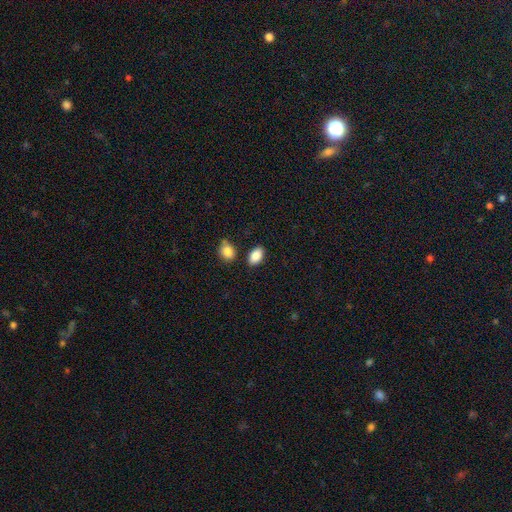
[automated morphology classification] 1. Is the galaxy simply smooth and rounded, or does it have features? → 87% smooth, 7% star or artifact, 5% featured or disk.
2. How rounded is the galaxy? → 90% in between, 8% round, 2% cigar-shaped.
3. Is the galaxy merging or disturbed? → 80% none, 11% minor disturbance, 6% merger, 3% major disturbance.